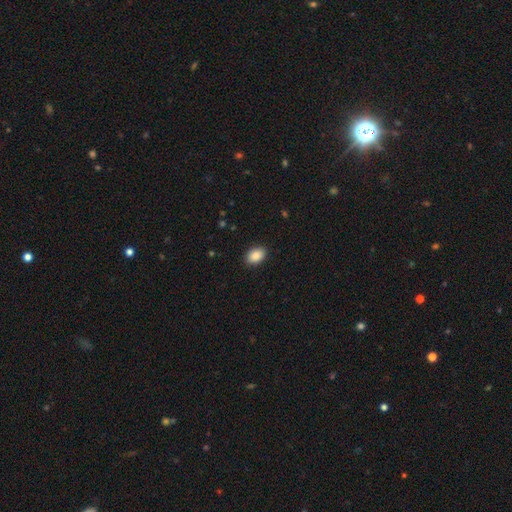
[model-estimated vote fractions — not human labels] A smooth galaxy with no disk features (89%) that is in between round and cigar-shaped (86%).

Vote fractions:
- Smooth or featured? smooth: 89% / star or artifact: 7% / featured or disk: 4%
- How rounded? in between: 86% / round: 13% / cigar-shaped: 1%
- Merging? none: 89% / minor disturbance: 8% / major disturbance: 2% / merger: 1%